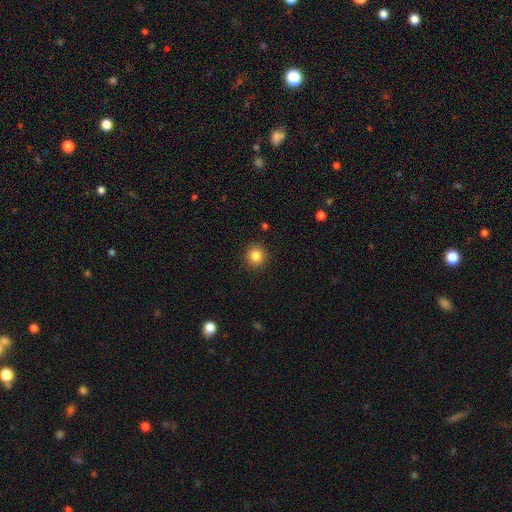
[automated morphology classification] This is clearly a smooth galaxy (84%). How rounded: clearly round (92%). Merging: clearly none (91%).